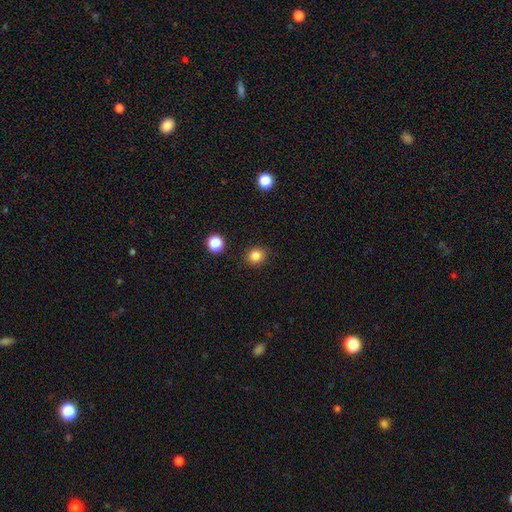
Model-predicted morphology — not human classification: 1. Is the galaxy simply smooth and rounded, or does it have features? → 84% smooth, 12% star or artifact, 5% featured or disk.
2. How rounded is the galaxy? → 81% round, 18% in between, 1% cigar-shaped.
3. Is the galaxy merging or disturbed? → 86% none, 9% minor disturbance, 2% major disturbance, 2% merger.